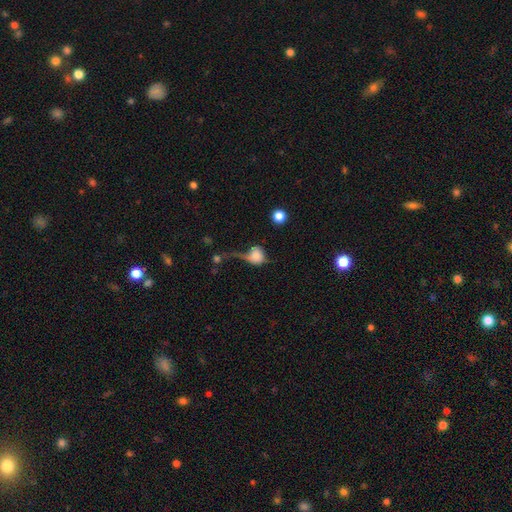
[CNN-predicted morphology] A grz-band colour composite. It shows a smooth galaxy with no disk features (67%) that is round (69%). Merging: major disturbance (42%).